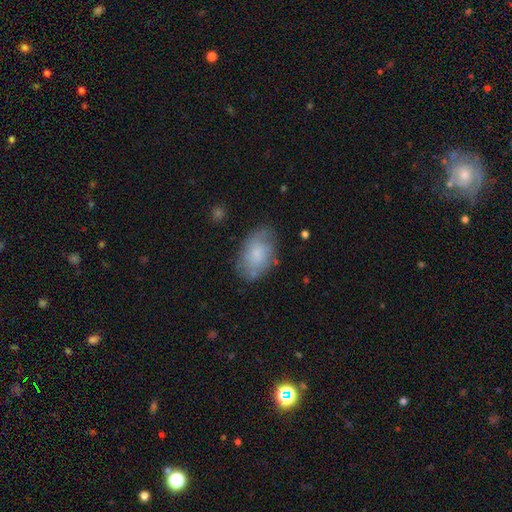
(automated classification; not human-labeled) The model was most divided on "merging": none: 71%, minor disturbance: 21%, major disturbance: 6%, merger: 2%. More confident: how rounded — in between (90%); smooth or featured — smooth (71%).